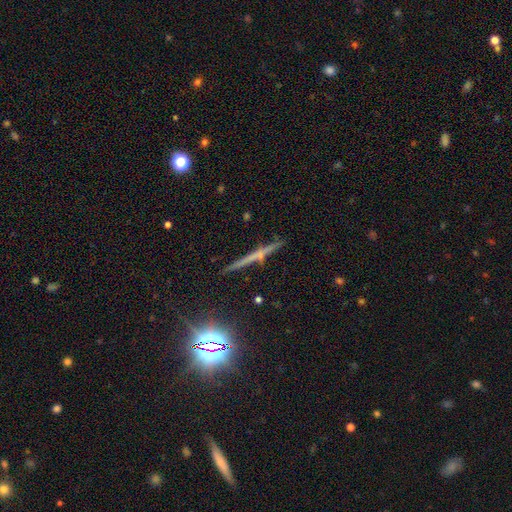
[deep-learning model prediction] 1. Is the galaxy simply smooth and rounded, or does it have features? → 56% featured or disk, 26% smooth, 18% star or artifact.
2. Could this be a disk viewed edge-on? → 97% yes, 3% no.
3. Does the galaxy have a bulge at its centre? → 62% none, 29% rounded, 9% boxy.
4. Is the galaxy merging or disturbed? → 88% none, 8% minor disturbance, 2% merger, 2% major disturbance.